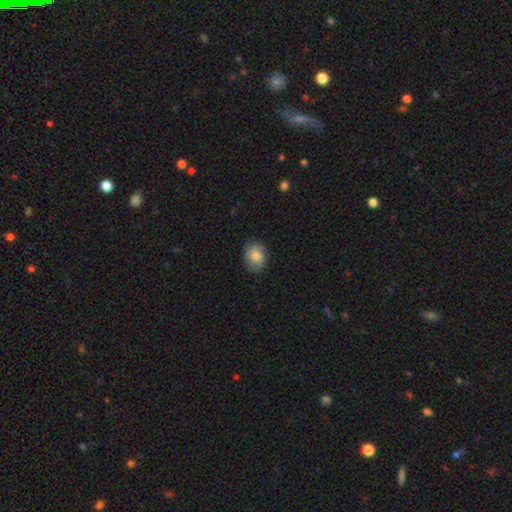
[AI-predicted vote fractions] This appears to be a smooth galaxy with no disk features (75%) that is in between round and cigar-shaped (55%). Merging: none (79%).